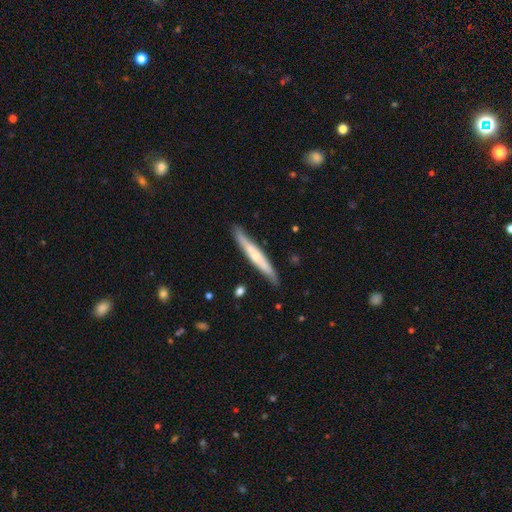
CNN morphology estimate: This appears to be a featured or disk galaxy (52%) viewed edge-on (90%). Merging: none (85%).